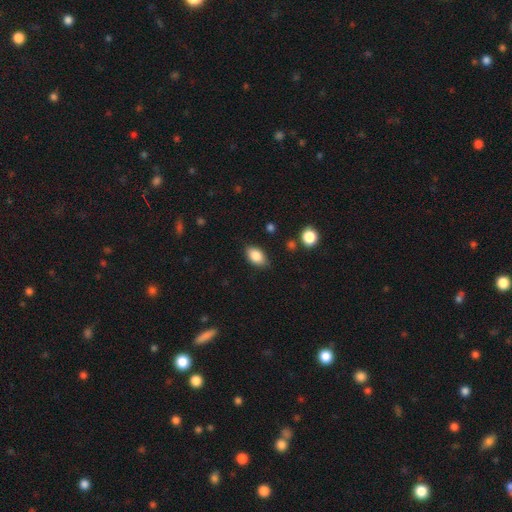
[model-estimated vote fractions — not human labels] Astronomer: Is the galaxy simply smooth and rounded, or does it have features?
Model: smooth — 85%.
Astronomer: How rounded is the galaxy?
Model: in between — 89%.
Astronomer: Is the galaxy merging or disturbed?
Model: none — 82%.